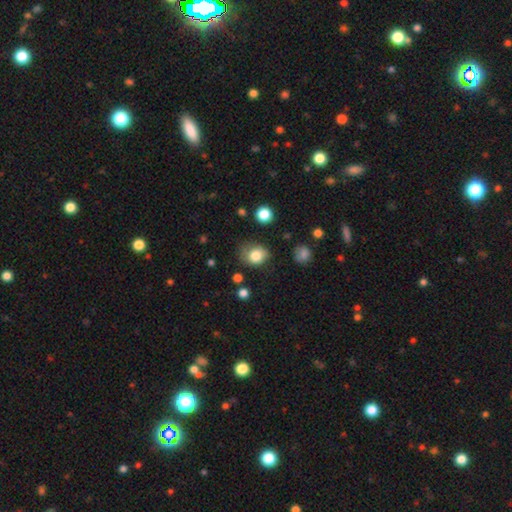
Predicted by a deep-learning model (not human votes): A smooth galaxy with no disk features (81%) that is round (60%).

Vote fractions:
- Smooth or featured? smooth: 81% / star or artifact: 10% / featured or disk: 9%
- How rounded? round: 60% / in between: 39% / cigar-shaped: 1%
- Merging? none: 59% / minor disturbance: 28% / major disturbance: 10% / merger: 3%